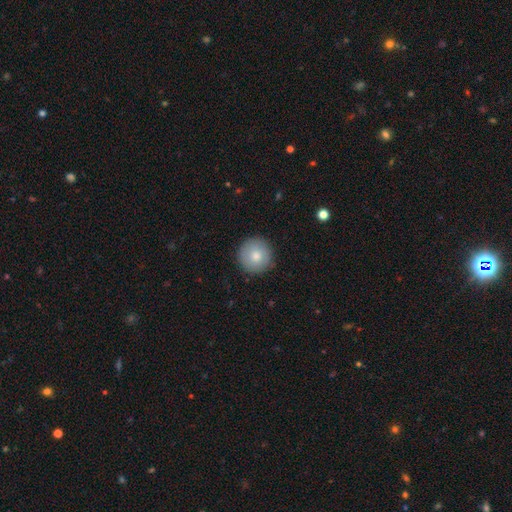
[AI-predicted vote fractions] Morphology: type=smooth (81%); roundness=round (96%); merging=none (91%).